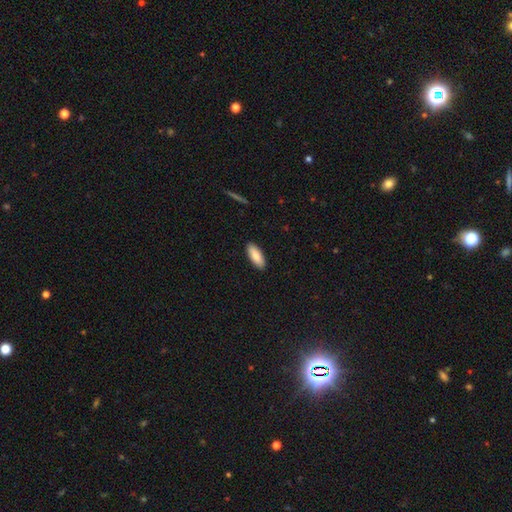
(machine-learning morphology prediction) The model was most divided on "how rounded": in between: 76%, cigar-shaped: 22%, round: 2%. More confident: merging — none (90%); smooth or featured — smooth (87%).